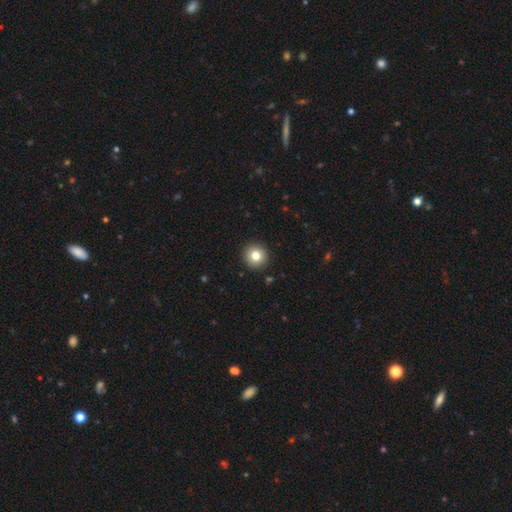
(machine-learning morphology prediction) Overall: smooth (80%). How rounded: round (95%). Merging: none (93%).